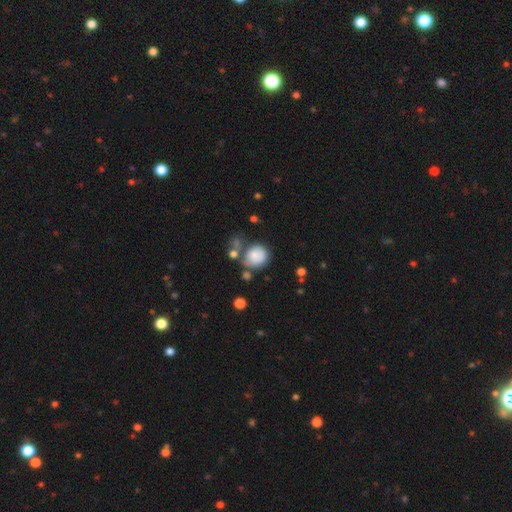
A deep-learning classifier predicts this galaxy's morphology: Overall: smooth (78%). How rounded: round (74%). Merging: none (47%; minor disturbance 23%).